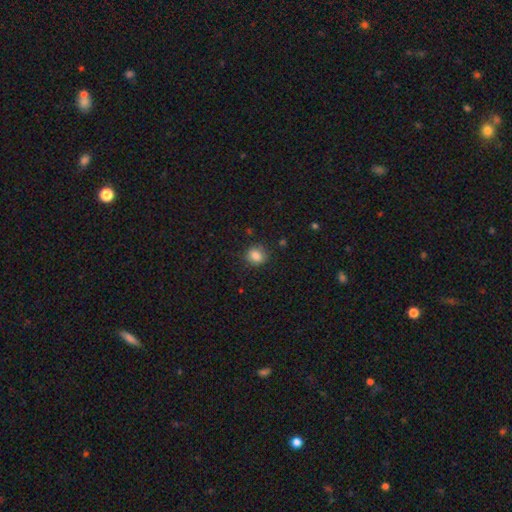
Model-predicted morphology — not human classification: type=smooth (84%); roundness=round (74%); merging=none (82%).